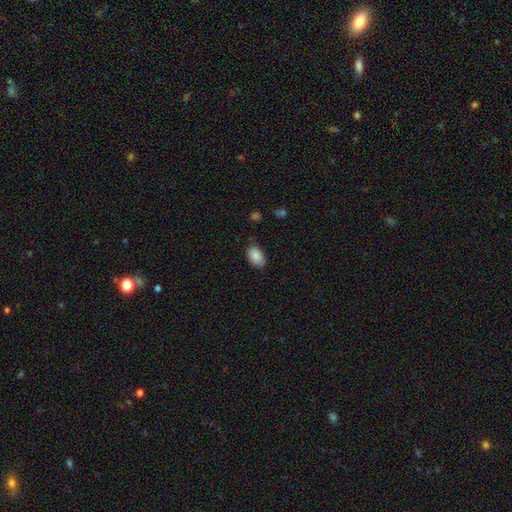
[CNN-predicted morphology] Q: Smooth or featured?
A: smooth (87%); runner-up: star or artifact (7%)
Q: How rounded?
A: in between (91%); runner-up: round (7%)
Q: Merging?
A: none (76%); runner-up: minor disturbance (19%)